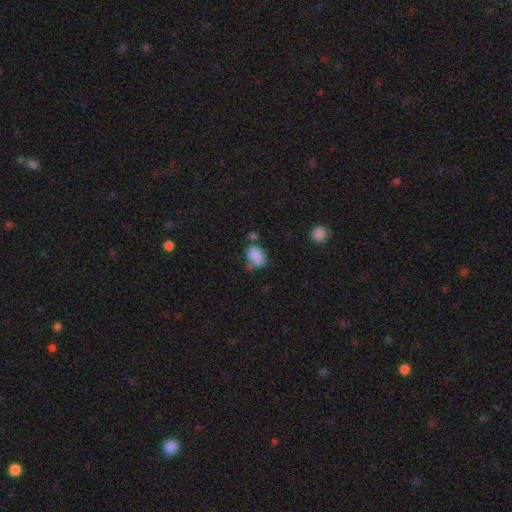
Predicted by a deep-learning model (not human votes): Smooth or featured: smooth — 84% (star or artifact — 10%)
How rounded: in between — 85% (round — 14%)
Merging: none — 45% (minor disturbance — 29%)